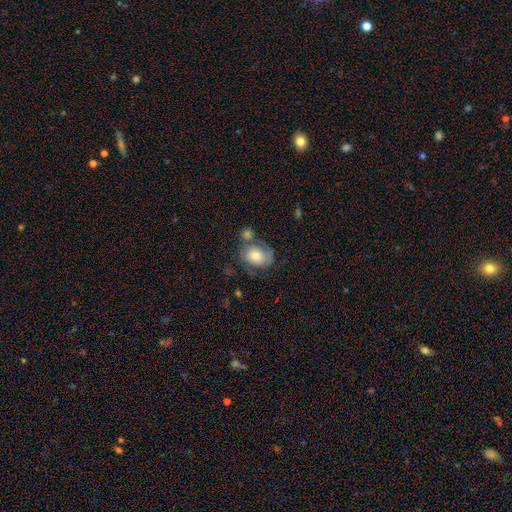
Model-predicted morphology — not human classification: This appears to be a smooth galaxy with no disk features (52%) that is in between round and cigar-shaped (62%). Merging: none (44%).